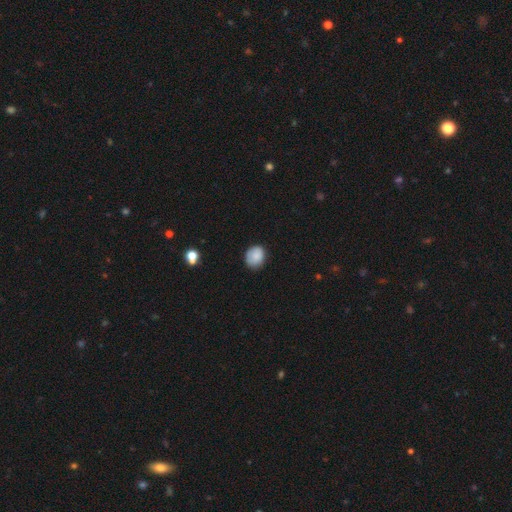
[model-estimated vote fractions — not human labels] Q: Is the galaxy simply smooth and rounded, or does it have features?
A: smooth — 85%.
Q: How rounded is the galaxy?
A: round — 61%.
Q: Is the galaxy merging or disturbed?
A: none — 77%.